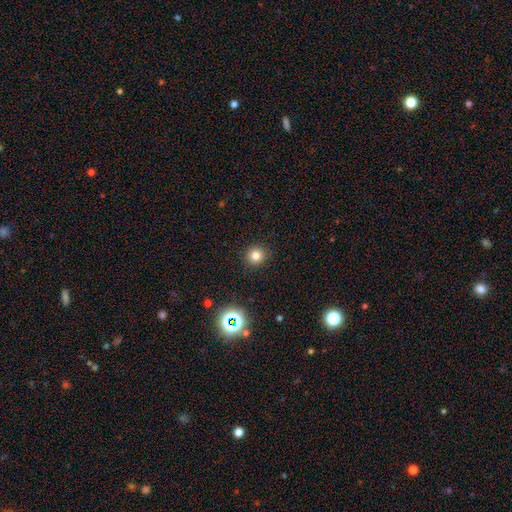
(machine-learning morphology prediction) The model was most divided on "smooth or featured": smooth: 78%, star or artifact: 16%, featured or disk: 6%. More confident: how rounded — round (93%); merging — none (91%).